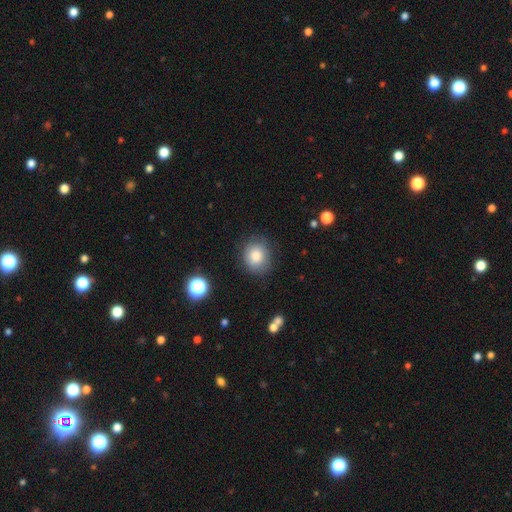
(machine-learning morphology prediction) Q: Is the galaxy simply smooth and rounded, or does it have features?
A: smooth — 81%.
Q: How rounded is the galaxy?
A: round — 70%.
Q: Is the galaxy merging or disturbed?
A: none — 79%.